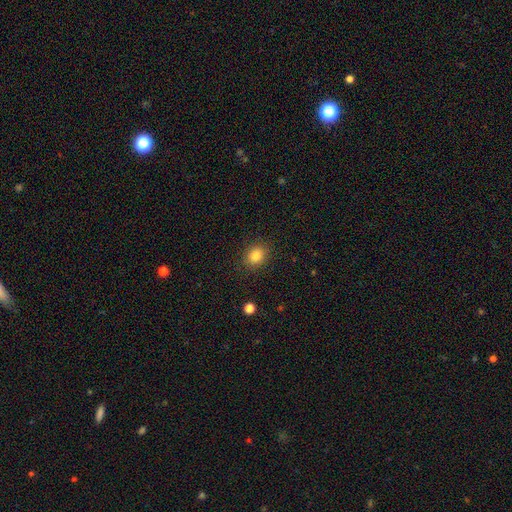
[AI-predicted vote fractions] Smooth or featured: smooth — 84% (star or artifact — 10%)
How rounded: round — 62% (in between — 37%)
Merging: none — 88% (minor disturbance — 8%)